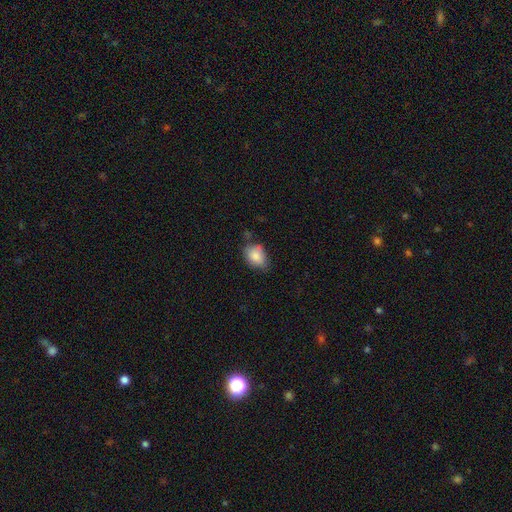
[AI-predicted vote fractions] Smooth or featured? smooth (84%)
How rounded? in between (73%)
Merging? none (54%)